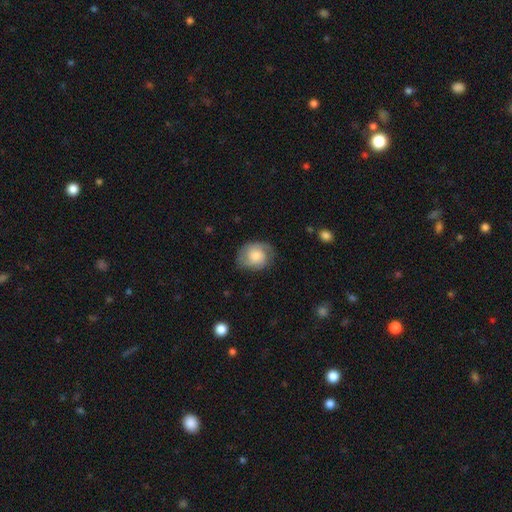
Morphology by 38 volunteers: smooth-or-featured: smooth: 47% | featured or disk: 45% | star or artifact: 8%
  how-rounded: round: 61% | in between: 39% | cigar-shaped: 0%
  merging: none: 71% | minor disturbance: 17% | major disturbance: 11% | merger: 0%